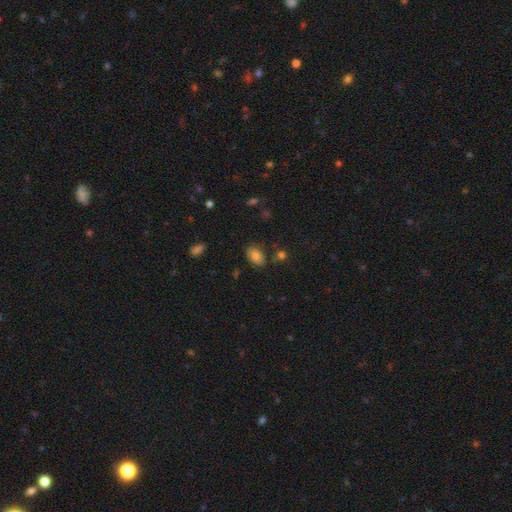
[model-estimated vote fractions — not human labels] smooth-or-featured: smooth: 79% | featured or disk: 12% | star or artifact: 10%
  how-rounded: in between: 85% | round: 13% | cigar-shaped: 1%
  merging: none: 76% | minor disturbance: 17% | major disturbance: 4% | merger: 4%